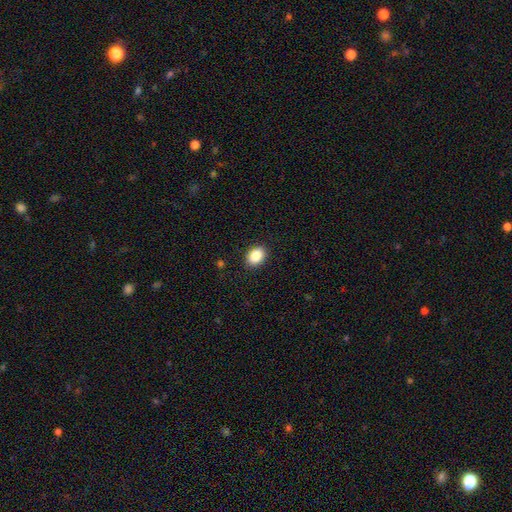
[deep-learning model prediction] This appears to be a smooth galaxy with no disk features (88%) that is in between round and cigar-shaped (70%). Merging: none (90%).